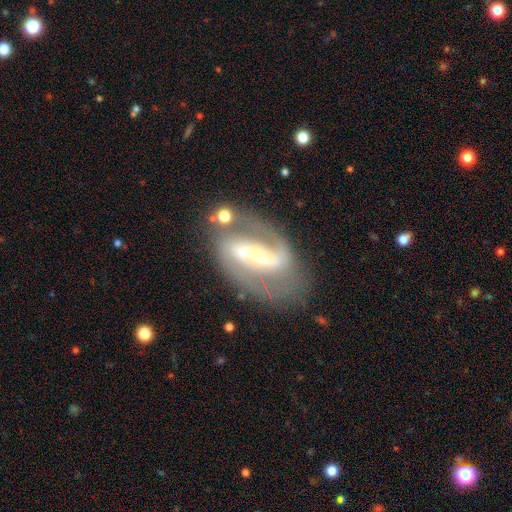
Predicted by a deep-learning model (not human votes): A featured or disk galaxy (86%) with a strong bar (62%), 2 (87%) medium (48%) spiral arms (92%) and a small central bulge (62%). Merging: none (67%).